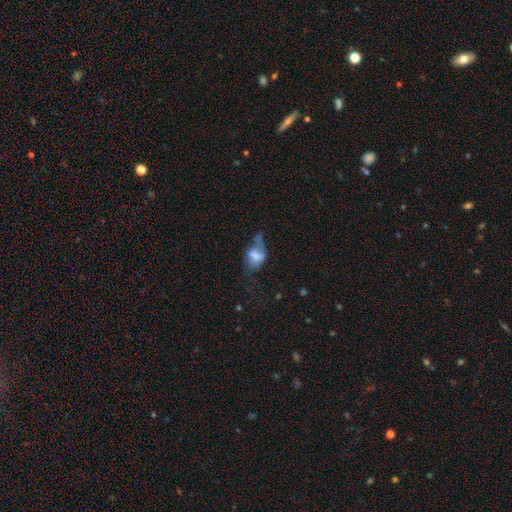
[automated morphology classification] Q: Smooth or featured?
A: smooth (54%); runner-up: featured or disk (35%)
Q: How rounded?
A: in between (77%); runner-up: round (20%)
Q: Merging?
A: major disturbance (46%); runner-up: minor disturbance (23%)